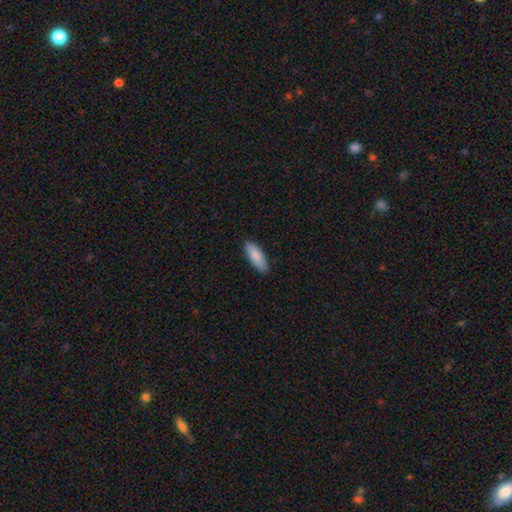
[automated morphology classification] smooth 87%, featured or disk 8%, star or artifact 5%. Down the decision tree: how rounded — in between (69%); merging — none (87%).